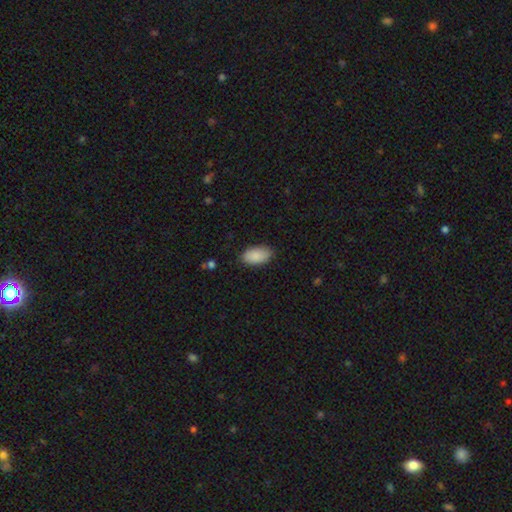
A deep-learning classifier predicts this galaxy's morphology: type=smooth (89%); roundness=in between (94%); merging=none (83%).